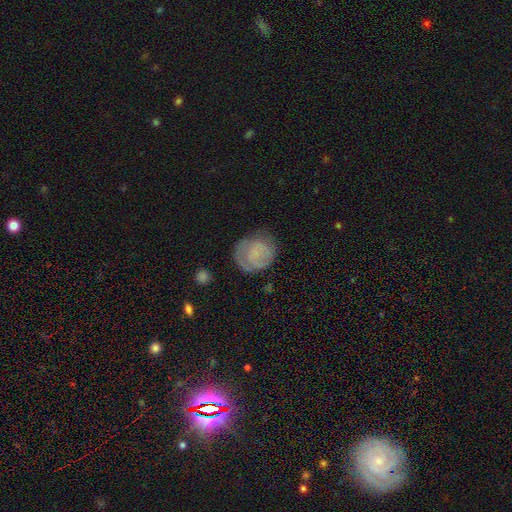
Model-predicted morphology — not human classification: smooth 54%, featured or disk 36%, star or artifact 10%. Down the decision tree: how rounded — round (64%); merging — none (65%).